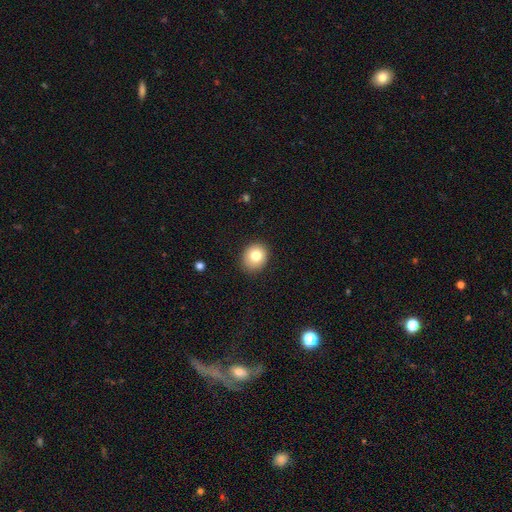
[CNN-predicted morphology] The model was most divided on "how rounded": round: 72%, in between: 27%, cigar-shaped: 1%. More confident: merging — none (88%); smooth or featured — smooth (78%).